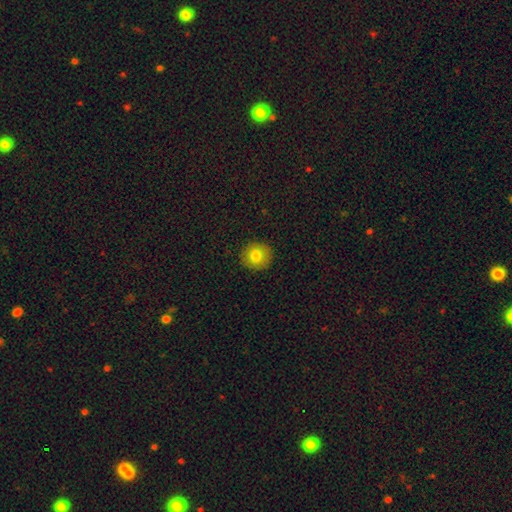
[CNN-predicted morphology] smooth-or-featured: smooth: 78% | featured or disk: 12% | star or artifact: 10%
  how-rounded: round: 90% | in between: 9% | cigar-shaped: 1%
  merging: none: 90% | minor disturbance: 7% | major disturbance: 2% | merger: 1%